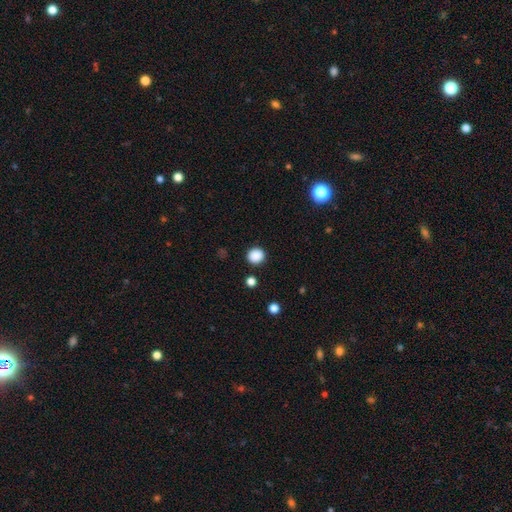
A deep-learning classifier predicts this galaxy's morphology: Smooth or featured? Predicted: smooth (p=0.87). How rounded? Predicted: round (p=0.89). Merging? Predicted: none (p=0.90).